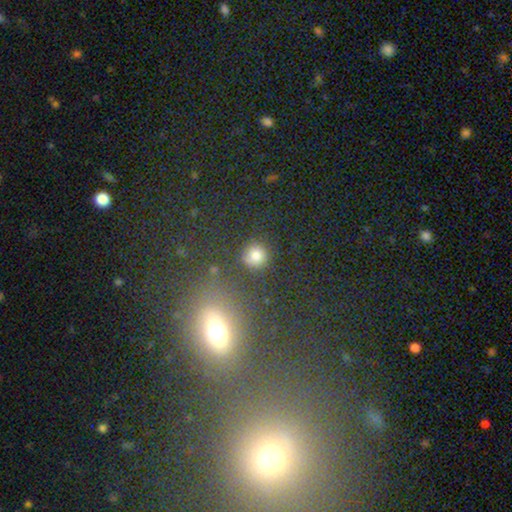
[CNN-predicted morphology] Q: Smooth or featured?
A: smooth (79%); runner-up: star or artifact (15%)
Q: How rounded?
A: round (90%); runner-up: in between (9%)
Q: Merging?
A: none (83%); runner-up: minor disturbance (9%)